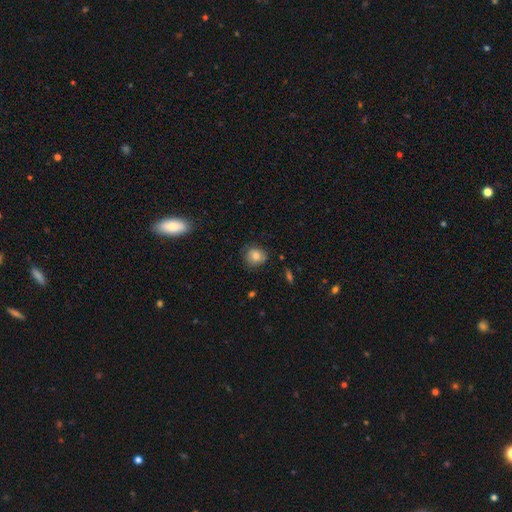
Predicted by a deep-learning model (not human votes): Overall: smooth (77%). How rounded: round (78%). Merging: none (72%).